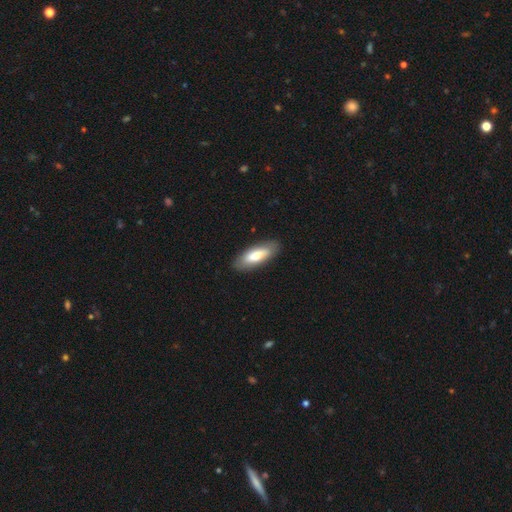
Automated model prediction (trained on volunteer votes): Morphology: type=smooth (72%); roundness=in between (69%); merging=none (87%).